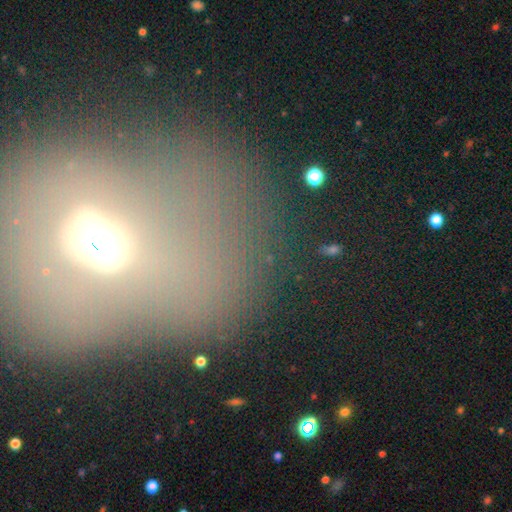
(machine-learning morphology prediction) This appears to be a star or artifact, not a galaxy (40%).